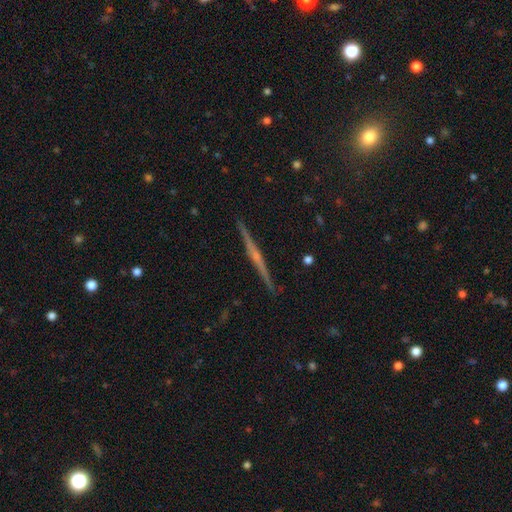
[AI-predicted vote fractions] Smooth or featured: featured or disk — 79% (smooth — 13%)
Edge-on disk: yes — 98% (no — 2%)
Edge-on bulge: rounded — 65% (none — 24%)
Merging: none — 92% (minor disturbance — 6%)